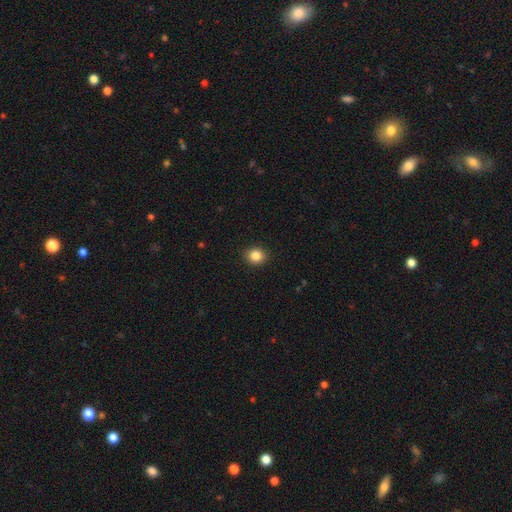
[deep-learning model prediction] Morphology: type=smooth (85%); roundness=round (76%); merging=none (91%).